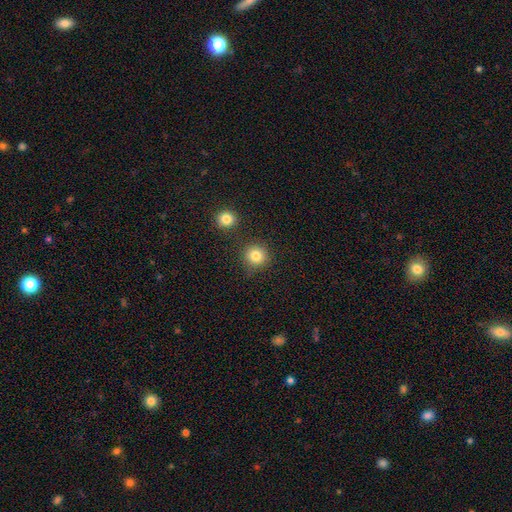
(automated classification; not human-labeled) Smooth or featured? smooth (83%)
How rounded? round (93%)
Merging? none (84%)